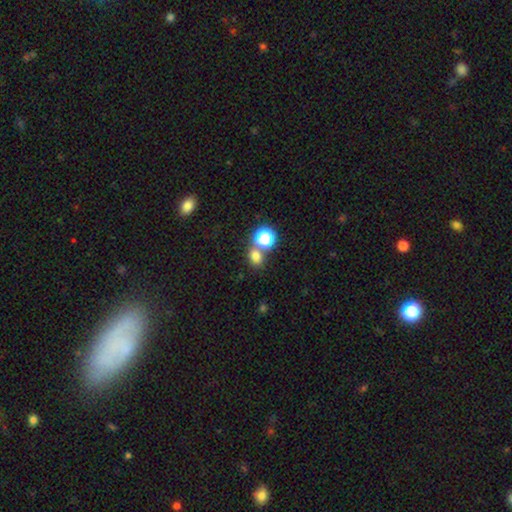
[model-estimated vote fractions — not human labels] This appears to be a smooth galaxy with no disk features (71%) that is round (66%). Merging: none (64%).